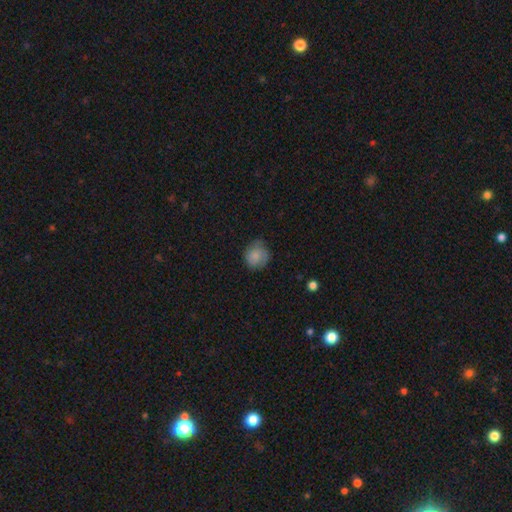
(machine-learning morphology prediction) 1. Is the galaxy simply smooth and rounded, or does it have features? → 76% smooth, 16% featured or disk, 8% star or artifact.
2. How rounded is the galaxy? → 81% round, 18% in between, 1% cigar-shaped.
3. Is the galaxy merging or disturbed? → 67% none, 25% minor disturbance, 7% major disturbance, 1% merger.